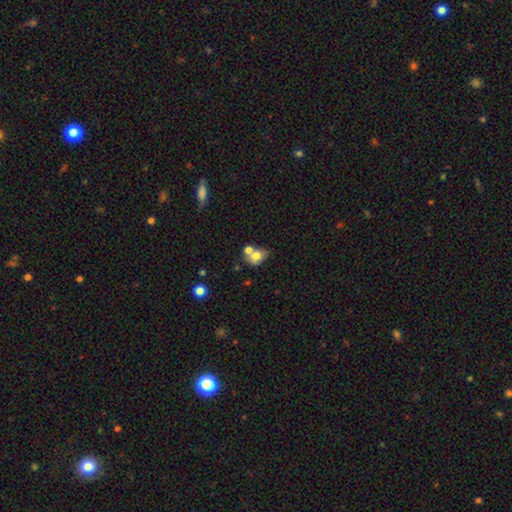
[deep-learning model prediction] smooth_or_featured: smooth (p=0.73) [alt: featured or disk p=0.18]
how_rounded: in between (p=0.62) [alt: round p=0.37]
merging: merger (p=0.46) [alt: none p=0.34]